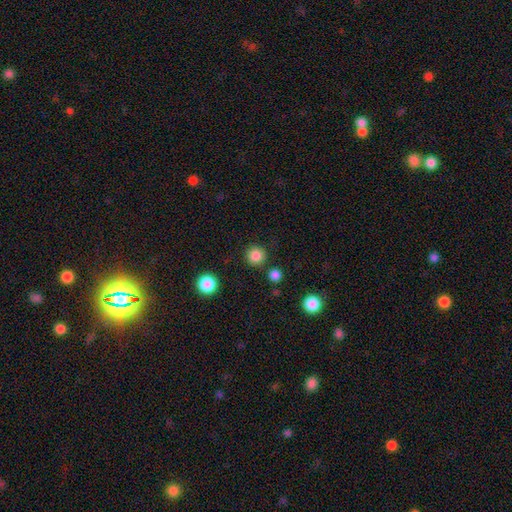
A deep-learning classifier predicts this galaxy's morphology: smooth_or_featured: smooth (p=0.85) [alt: star or artifact p=0.12]
how_rounded: round (p=0.96) [alt: in between p=0.03]
merging: none (p=0.89) [alt: minor disturbance p=0.05]